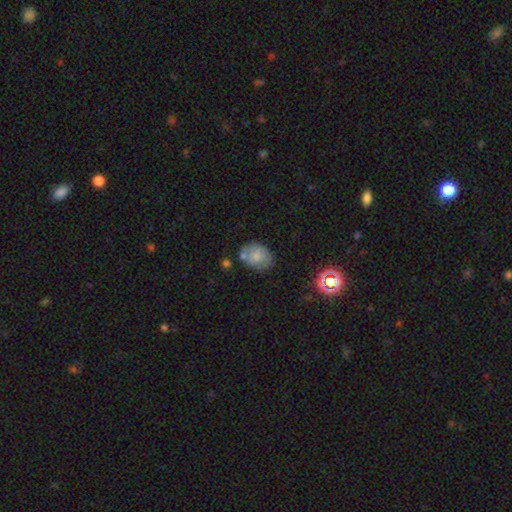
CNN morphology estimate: Overall: smooth (73%). How rounded: in between (62%; round 37%). Merging: none (60%; minor disturbance 21%).